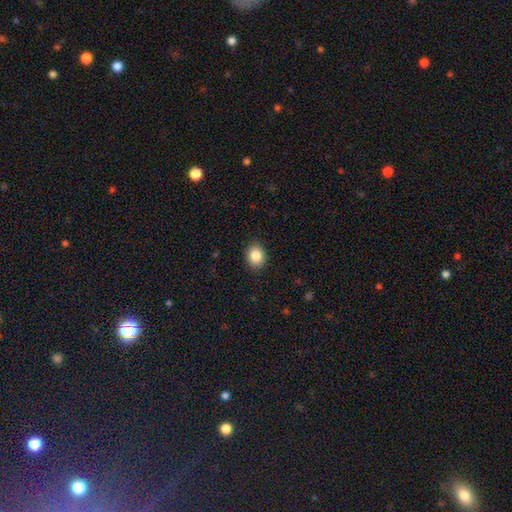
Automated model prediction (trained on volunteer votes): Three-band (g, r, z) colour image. It shows a smooth galaxy with no disk features (85%) that is round (57%). Merging: none (90%).